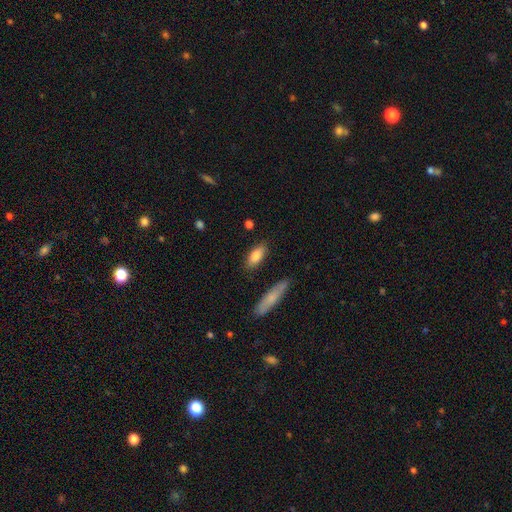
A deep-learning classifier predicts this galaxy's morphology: Smooth or featured?
  - smooth: 83% *
  - featured or disk: 11%
  - star or artifact: 6%
How rounded?
  - in between: 79% *
  - cigar-shaped: 19%
  - round: 3%
Merging?
  - none: 84% *
  - minor disturbance: 11%
  - merger: 3%
  - major disturbance: 3%